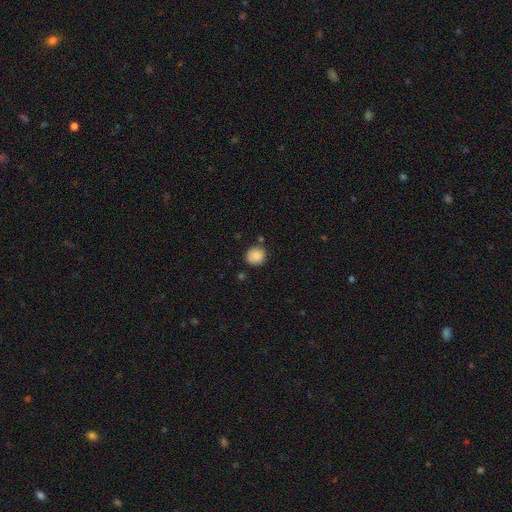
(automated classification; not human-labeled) This appears to be a smooth galaxy with no disk features (88%) that is round (86%). Merging: none (80%).